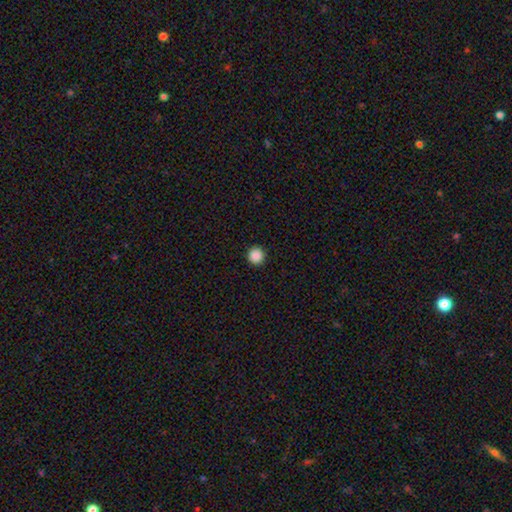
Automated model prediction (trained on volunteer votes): This is clearly a smooth galaxy (88%). How rounded: clearly round (95%). Merging: clearly none (94%).